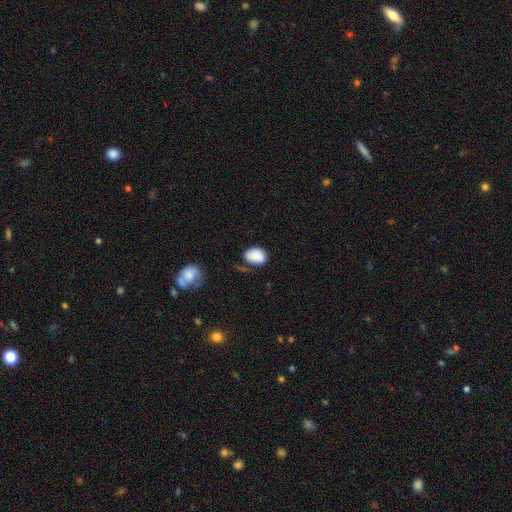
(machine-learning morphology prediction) Smooth or featured: smooth — 83% (featured or disk — 9%)
How rounded: in between — 75% (round — 24%)
Merging: none — 49% (minor disturbance — 31%)